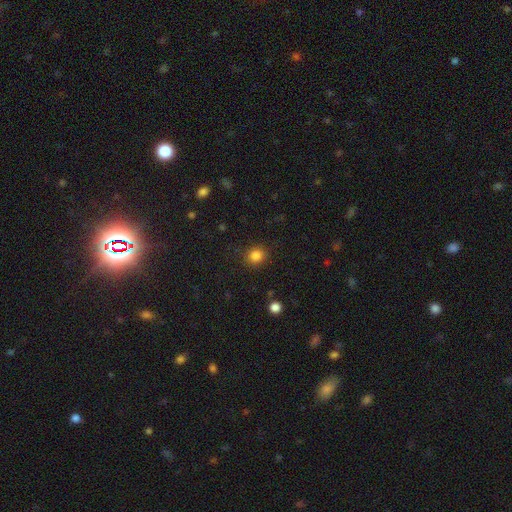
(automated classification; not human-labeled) Smooth or featured?
  - smooth: 84% *
  - star or artifact: 12%
  - featured or disk: 4%
How rounded?
  - round: 84% *
  - in between: 15%
  - cigar-shaped: 1%
Merging?
  - none: 88% *
  - minor disturbance: 8%
  - major disturbance: 3%
  - merger: 1%